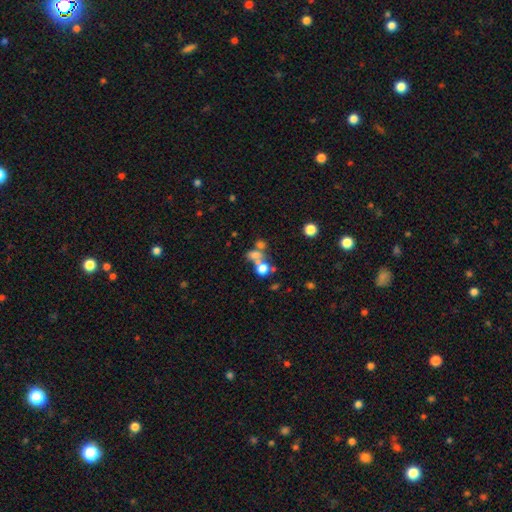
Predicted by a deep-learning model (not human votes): This is likely a smooth galaxy (63%). How rounded: possibly round (51%). Merging: possibly merger (49%).